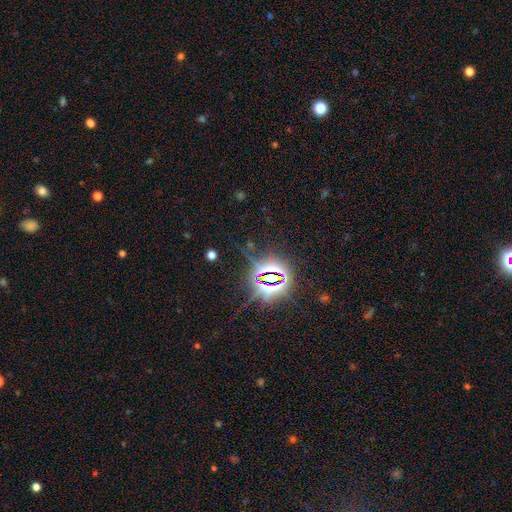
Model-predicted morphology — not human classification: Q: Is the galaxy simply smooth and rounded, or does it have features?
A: star or artifact — 84%.